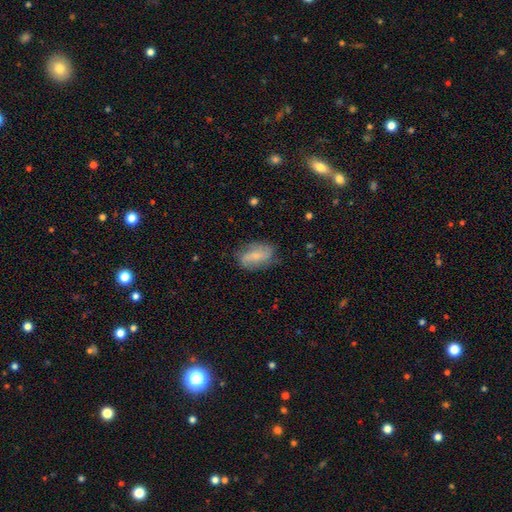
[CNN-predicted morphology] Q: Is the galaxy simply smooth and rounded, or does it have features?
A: featured or disk — 50%.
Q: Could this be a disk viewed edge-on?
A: no — 94%.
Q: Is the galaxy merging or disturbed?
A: none — 68%.